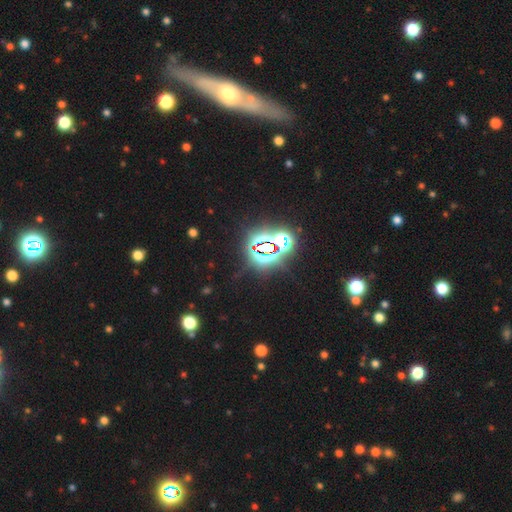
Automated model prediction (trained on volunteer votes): Smooth or featured: star or artifact — 64% (featured or disk — 19%)